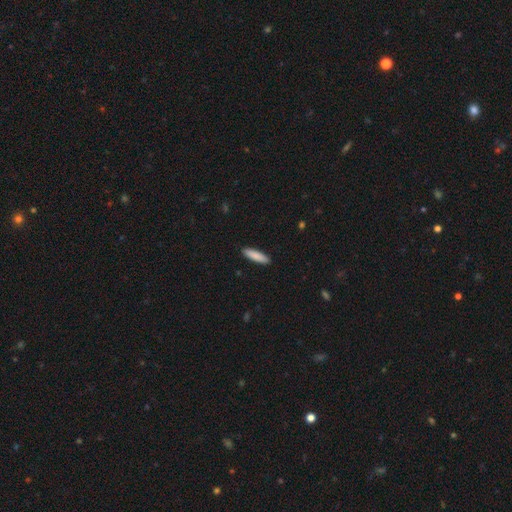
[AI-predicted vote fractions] Morphology: type=smooth (87%); roundness=cigar-shaped (74%); merging=none (91%).